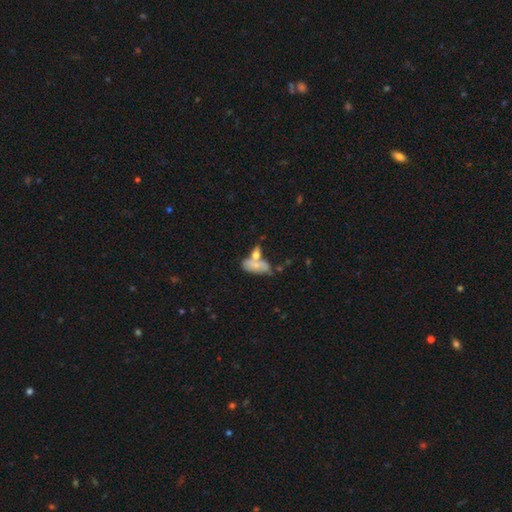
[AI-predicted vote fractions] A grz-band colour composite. It shows a smooth galaxy with no disk features (35%). Merging: merger (38%).